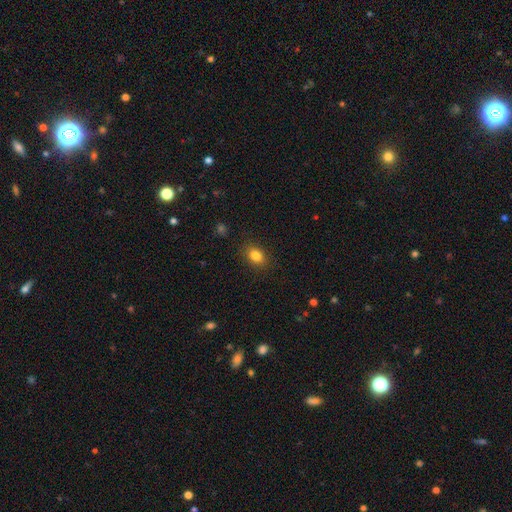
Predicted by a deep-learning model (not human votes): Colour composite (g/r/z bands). It shows a smooth galaxy with no disk features (83%) that is in between round and cigar-shaped (72%). Merging: none (86%).